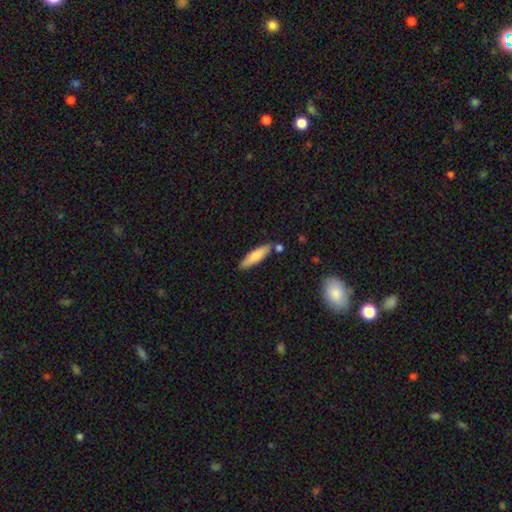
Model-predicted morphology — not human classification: This appears to be a smooth galaxy with no disk features (78%) that is cigar-shaped (69%). Merging: none (79%).